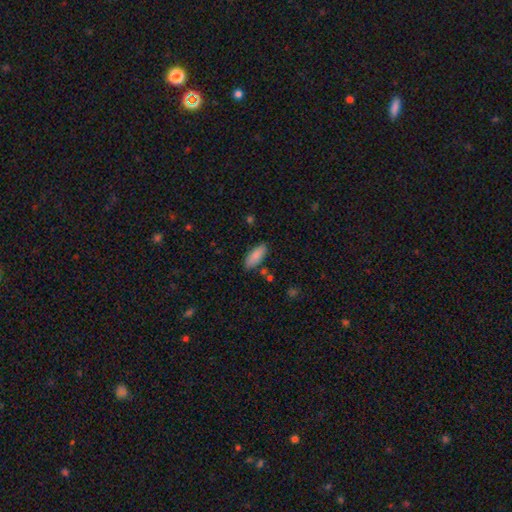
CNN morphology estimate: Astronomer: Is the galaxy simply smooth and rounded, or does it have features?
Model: smooth — 86%.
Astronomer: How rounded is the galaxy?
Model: in between — 82%.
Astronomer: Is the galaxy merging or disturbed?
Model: none — 81%.